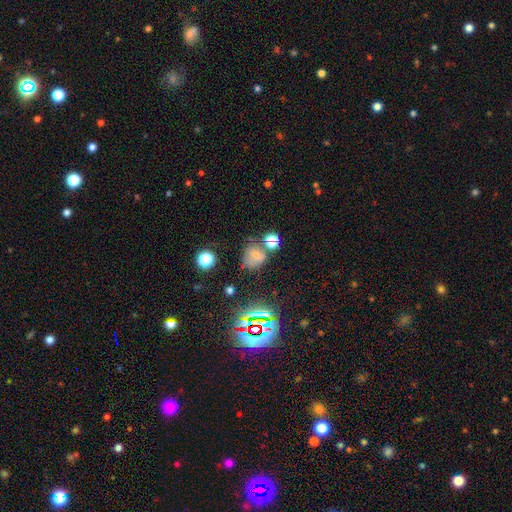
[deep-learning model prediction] Q: Smooth or featured?
A: smooth (52%); runner-up: star or artifact (29%)
Q: How rounded?
A: round (63%); runner-up: in between (36%)
Q: Merging?
A: none (45%); runner-up: merger (22%)